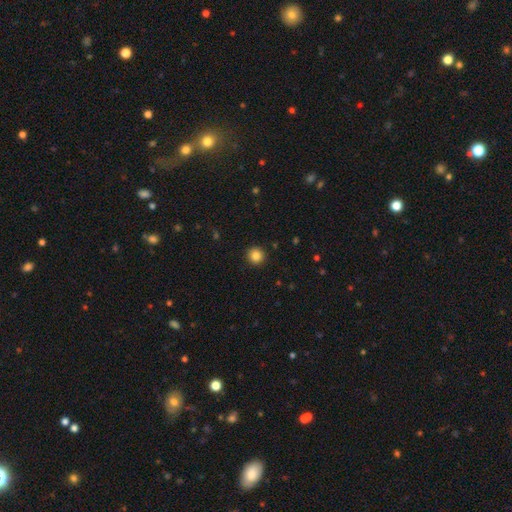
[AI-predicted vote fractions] Smooth or featured? Predicted: smooth (p=0.85). How rounded? Predicted: round (p=0.94). Merging? Predicted: none (p=0.92).